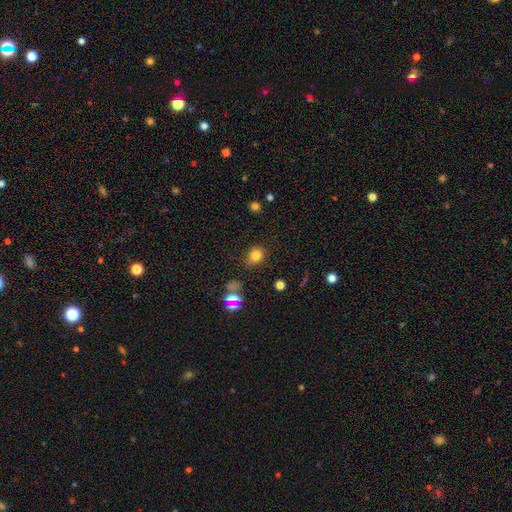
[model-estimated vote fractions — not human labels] This appears to be a smooth galaxy with no disk features (76%) that is round (58%). Merging: none (70%).